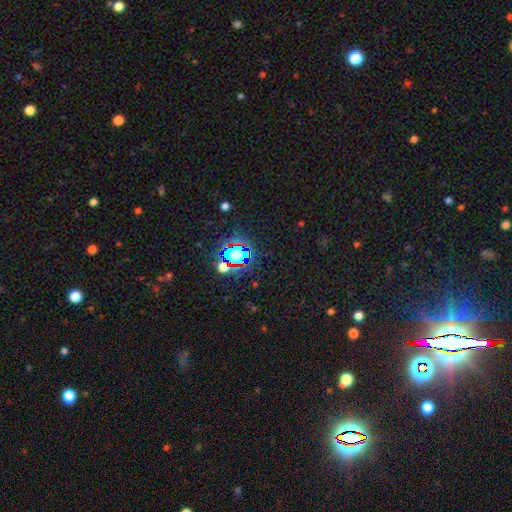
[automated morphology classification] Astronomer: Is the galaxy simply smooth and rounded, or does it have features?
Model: star or artifact — 84%.